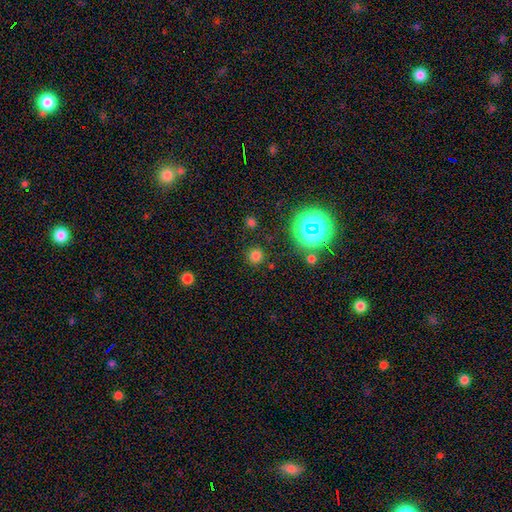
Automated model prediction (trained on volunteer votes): A smooth galaxy with no disk features (70%) that is round (93%).

Vote fractions:
- Smooth or featured? smooth: 70% / star or artifact: 25% / featured or disk: 5%
- How rounded? round: 93% / in between: 6% / cigar-shaped: 1%
- Merging? none: 87% / minor disturbance: 7% / major disturbance: 3% / merger: 3%